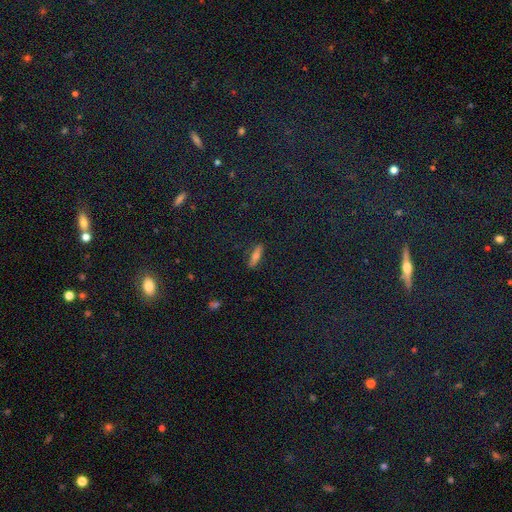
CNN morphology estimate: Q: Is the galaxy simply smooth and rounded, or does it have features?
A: smooth — 60%.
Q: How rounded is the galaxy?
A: cigar-shaped — 63%.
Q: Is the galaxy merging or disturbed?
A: none — 88%.